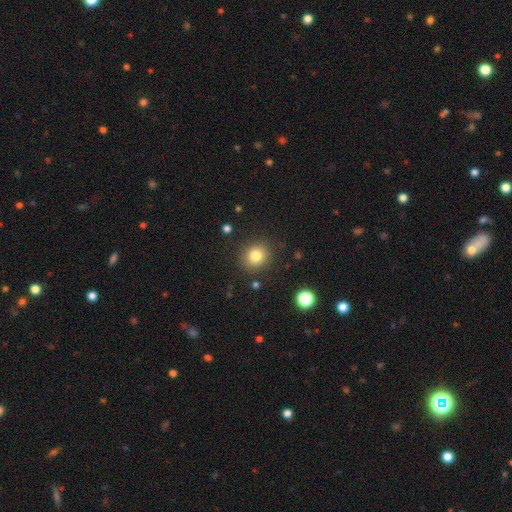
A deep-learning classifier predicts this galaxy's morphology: type=smooth (80%); roundness=round (81%); merging=none (87%).